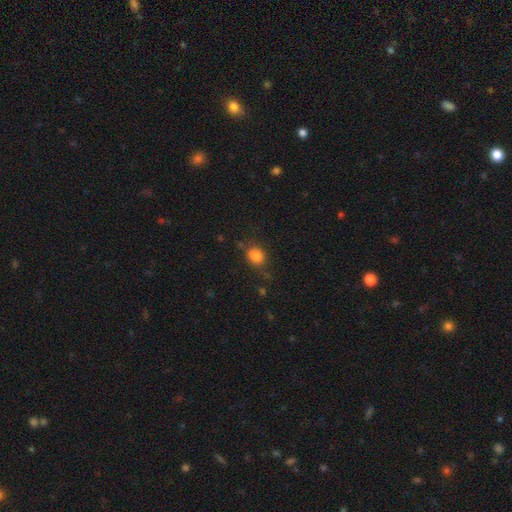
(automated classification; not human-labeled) A smooth galaxy with no disk features (83%) that is round (55%).

Vote fractions:
- Smooth or featured? smooth: 83% / star or artifact: 11% / featured or disk: 6%
- How rounded? round: 55% / in between: 44% / cigar-shaped: 1%
- Merging? none: 66% / minor disturbance: 22% / major disturbance: 8% / merger: 3%